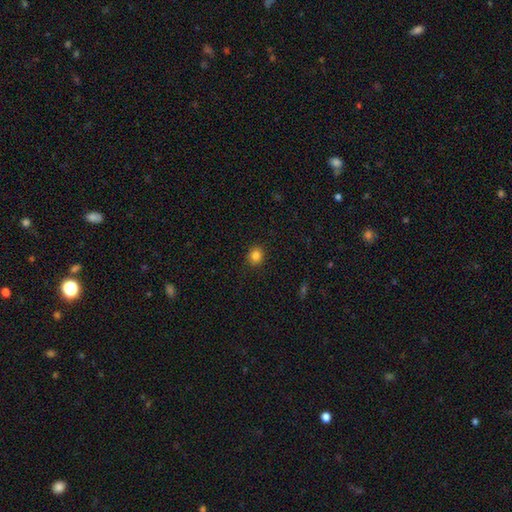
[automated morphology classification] This is clearly a smooth galaxy (84%). How rounded: likely round (74%). Merging: clearly none (89%).